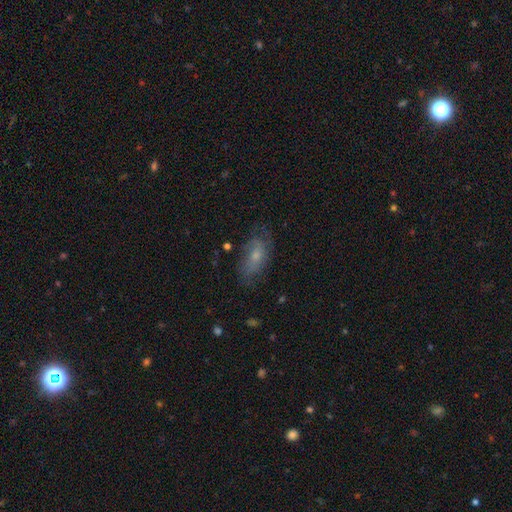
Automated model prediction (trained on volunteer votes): Smooth or featured? Predicted: smooth (p=0.45, tied with featured or disk). Merging? Predicted: none (p=0.61).